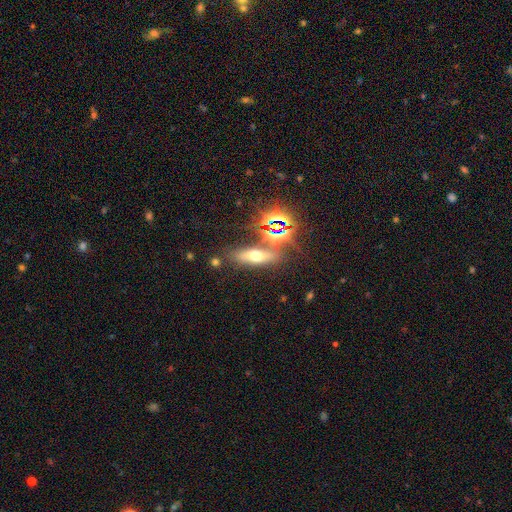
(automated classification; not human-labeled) This is marginally a smooth galaxy (43%). Merging: likely none (71%).